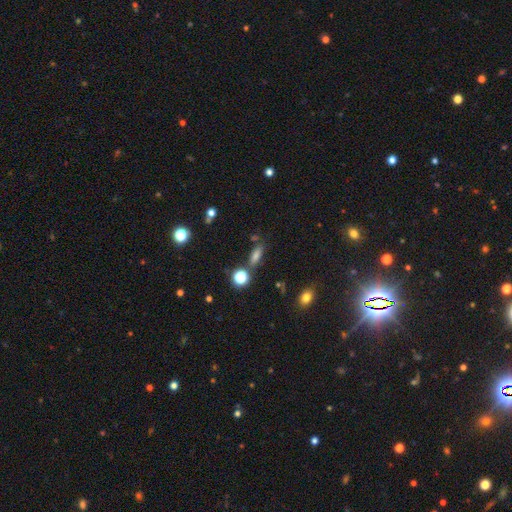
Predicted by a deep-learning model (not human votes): Overall: smooth (69%). How rounded: in between (50%; cigar-shaped 40%). Merging: none (73%).